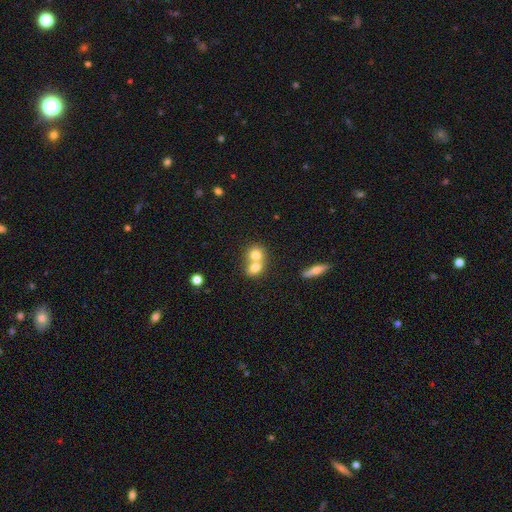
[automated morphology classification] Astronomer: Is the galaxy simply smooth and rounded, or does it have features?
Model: smooth — 73%.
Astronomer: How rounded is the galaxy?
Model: round — 67%.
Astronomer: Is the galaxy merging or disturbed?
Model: merger — 70%.